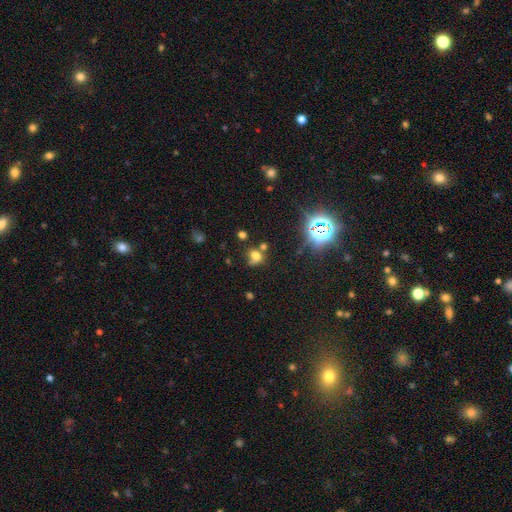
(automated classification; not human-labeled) Morphology: type=smooth (57%); roundness=round (58%); merging=none (42%).